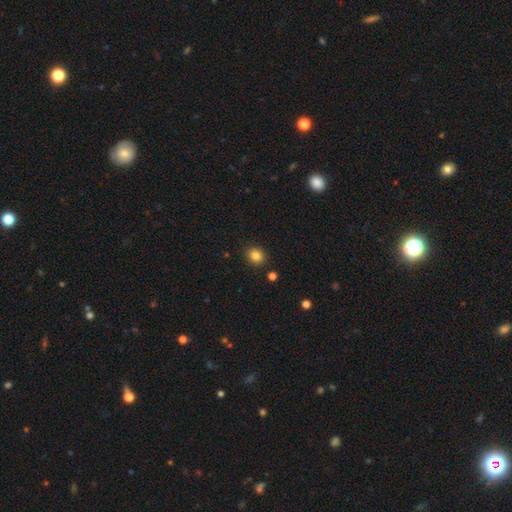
Q: Smooth or featured?
A: smooth (95%); runner-up: featured or disk (3%)
Q: How rounded?
A: round (76%); runner-up: in between (24%)
Q: Merging?
A: none (97%); runner-up: minor disturbance (3%)